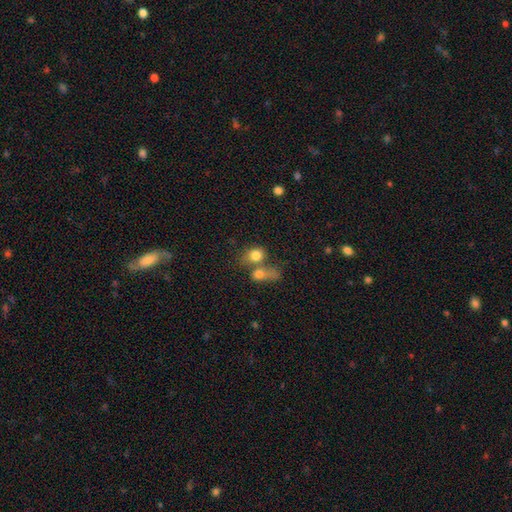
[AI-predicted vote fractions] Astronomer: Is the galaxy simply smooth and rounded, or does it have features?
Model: smooth — 78%.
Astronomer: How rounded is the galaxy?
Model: round — 51% (runner-up: in between, 47%).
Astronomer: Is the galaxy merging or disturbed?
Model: merger — 55%.